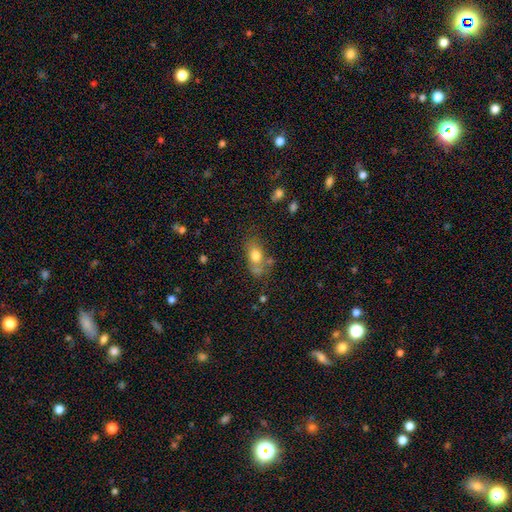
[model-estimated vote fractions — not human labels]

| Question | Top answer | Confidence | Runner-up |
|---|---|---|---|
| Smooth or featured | smooth | 75% | featured or disk (16%) |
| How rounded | in between | 77% | round (19%) |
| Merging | none | 51% | minor disturbance (22%) |